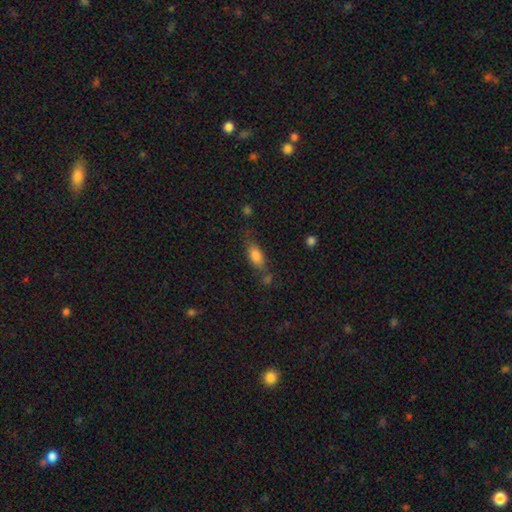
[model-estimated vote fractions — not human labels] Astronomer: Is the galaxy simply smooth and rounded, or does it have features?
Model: smooth — 79%.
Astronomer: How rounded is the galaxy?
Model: in between — 80%.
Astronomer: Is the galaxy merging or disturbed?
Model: none — 58%.